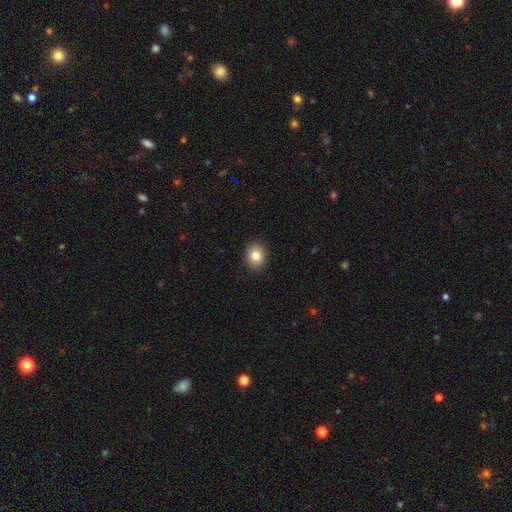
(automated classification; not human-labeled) A smooth galaxy with no disk features (82%) that is round (62%). Merging: none (90%).